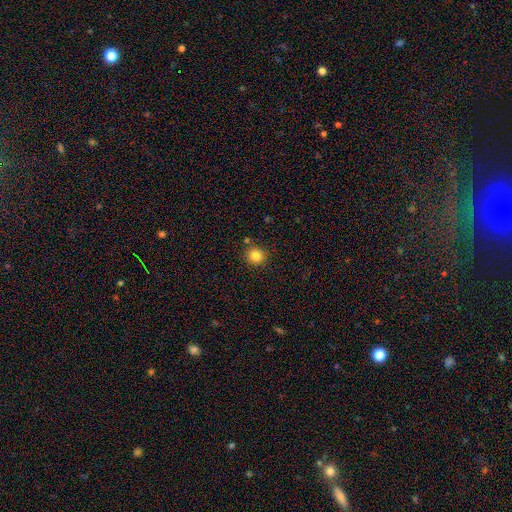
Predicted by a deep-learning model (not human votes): Overall: smooth (83%). How rounded: round (86%). Merging: none (85%).